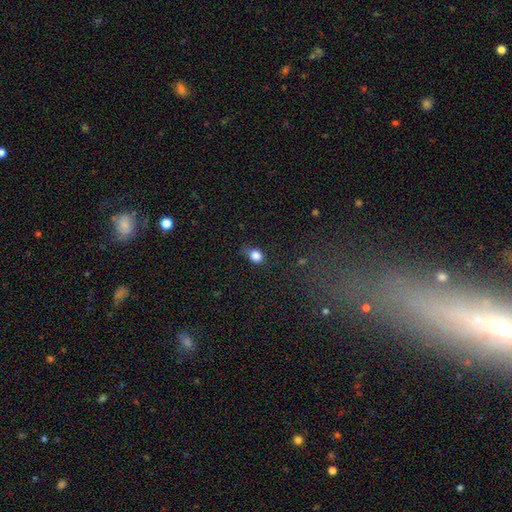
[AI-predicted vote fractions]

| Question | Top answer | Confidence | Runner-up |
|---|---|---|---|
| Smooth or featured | smooth | 83% | star or artifact (11%) |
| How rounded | round | 66% | in between (32%) |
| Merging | none | 62% | minor disturbance (27%) |